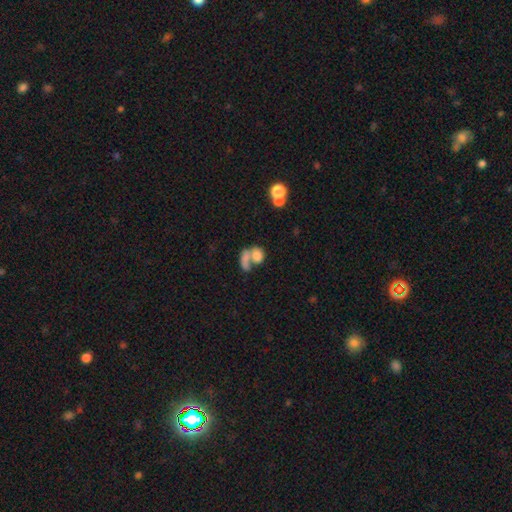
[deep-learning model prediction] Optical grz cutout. It shows a smooth galaxy with no disk features (66%) that is in between round and cigar-shaped (57%). Merging: merger (57%).